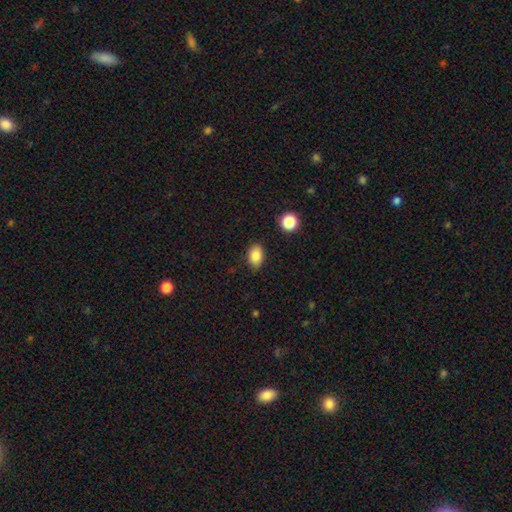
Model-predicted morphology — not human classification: smooth-or-featured: smooth: 86% | star or artifact: 9% | featured or disk: 6%
  how-rounded: in between: 81% | round: 18% | cigar-shaped: 1%
  merging: none: 86% | minor disturbance: 10% | major disturbance: 2% | merger: 2%